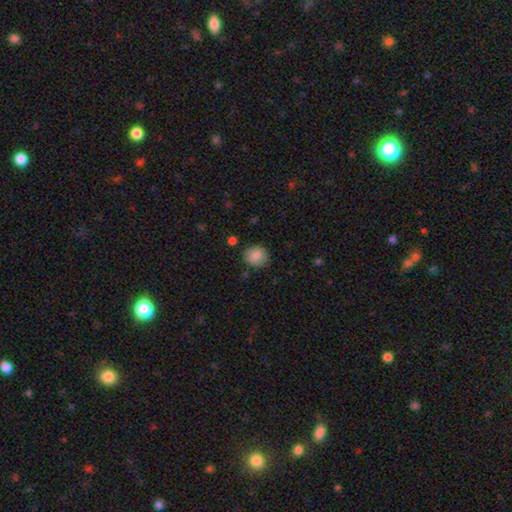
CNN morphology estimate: A smooth galaxy with no disk features (86%) that is round (80%).

Vote fractions:
- Smooth or featured? smooth: 86% / star or artifact: 8% / featured or disk: 6%
- How rounded? round: 80% / in between: 19% / cigar-shaped: 1%
- Merging? none: 80% / minor disturbance: 14% / major disturbance: 3% / merger: 2%